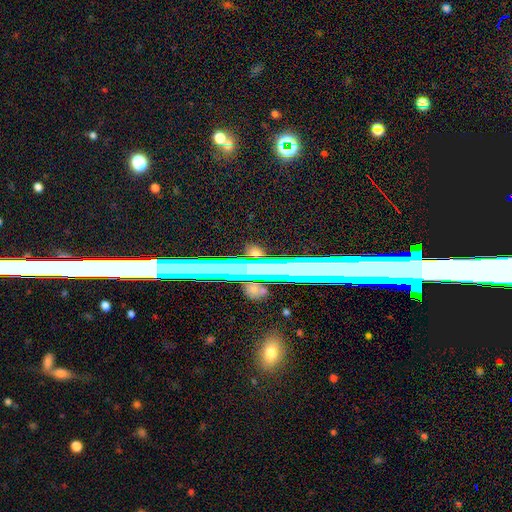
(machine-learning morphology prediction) A star or artifact, not a galaxy (50%).